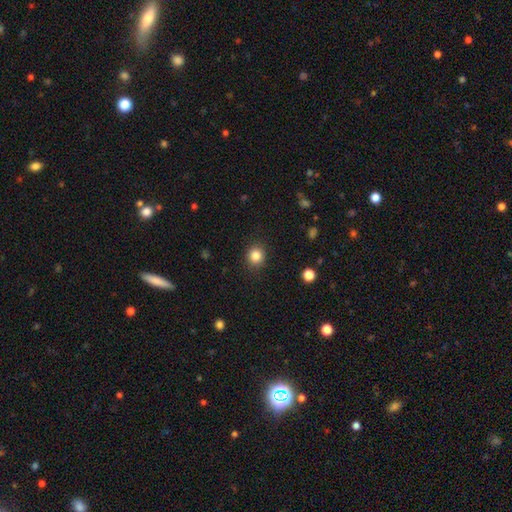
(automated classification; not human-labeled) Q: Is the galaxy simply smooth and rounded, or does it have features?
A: smooth — 84%.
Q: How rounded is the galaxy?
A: round — 88%.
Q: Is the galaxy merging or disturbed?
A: none — 90%.